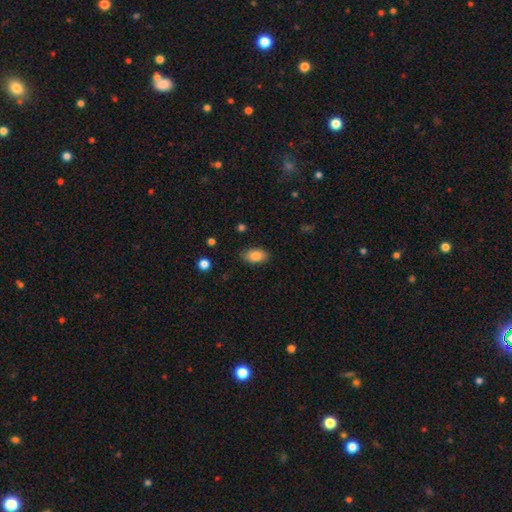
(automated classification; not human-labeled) Q: Smooth or featured?
A: smooth (83%); runner-up: featured or disk (9%)
Q: How rounded?
A: in between (92%); runner-up: round (6%)
Q: Merging?
A: none (84%); runner-up: minor disturbance (12%)